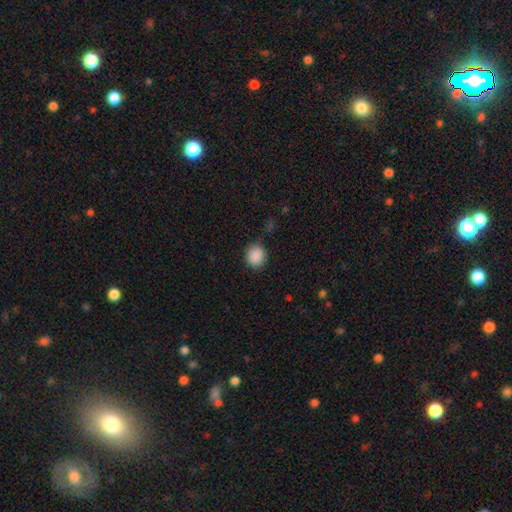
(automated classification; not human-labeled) A smooth galaxy with no disk features (89%) that is round (73%). Merging: none (82%).